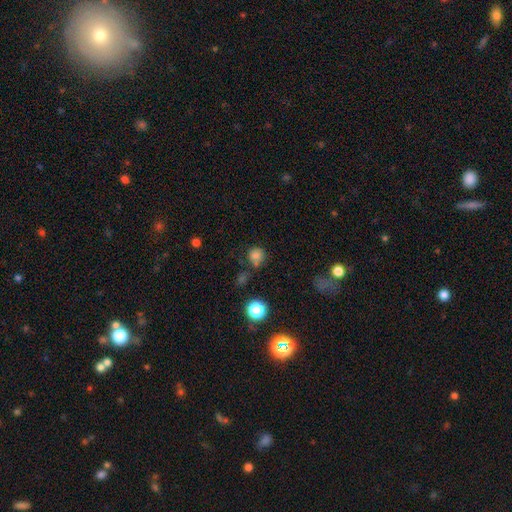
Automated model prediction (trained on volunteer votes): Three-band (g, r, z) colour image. It shows a smooth galaxy with no disk features (76%) that is round (88%). Merging: none (63%).